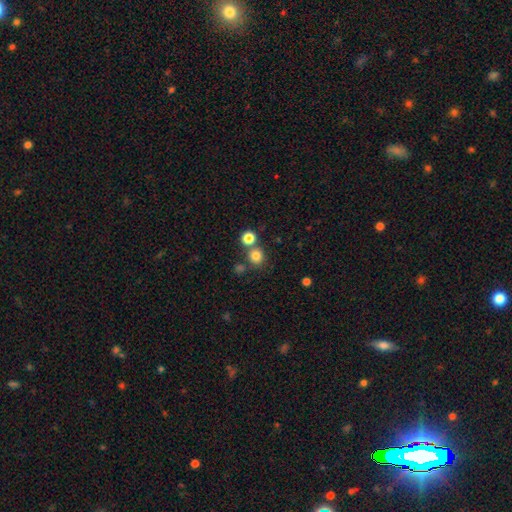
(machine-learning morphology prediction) This is likely a smooth galaxy (79%). How rounded: clearly round (90%). Merging: likely none (71%).